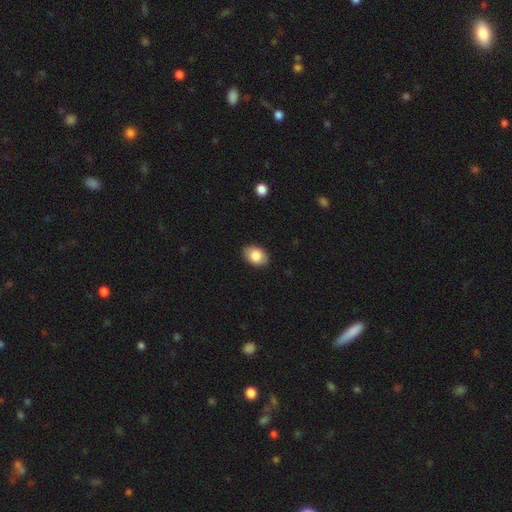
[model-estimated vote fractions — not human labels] The model was most divided on "how rounded": in between: 81%, round: 17%, cigar-shaped: 1%. More confident: merging — none (88%); smooth or featured — smooth (84%).